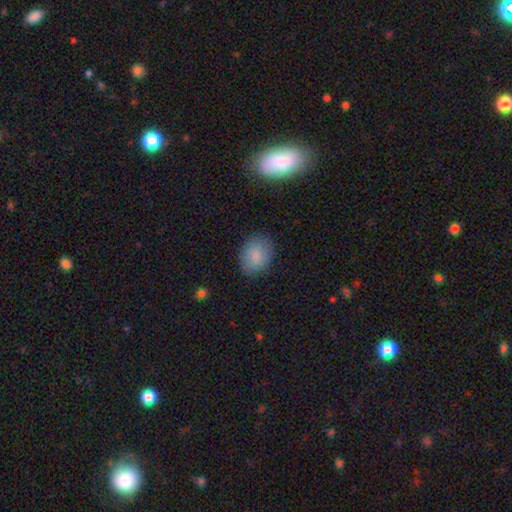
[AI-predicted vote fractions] Smooth or featured? smooth (85%)
How rounded? in between (67%)
Merging? none (84%)